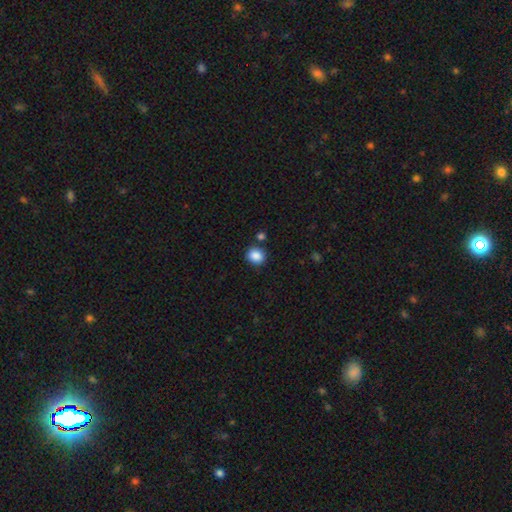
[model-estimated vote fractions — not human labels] This is clearly a smooth galaxy (87%). How rounded: likely round (76%). Merging: clearly none (82%).